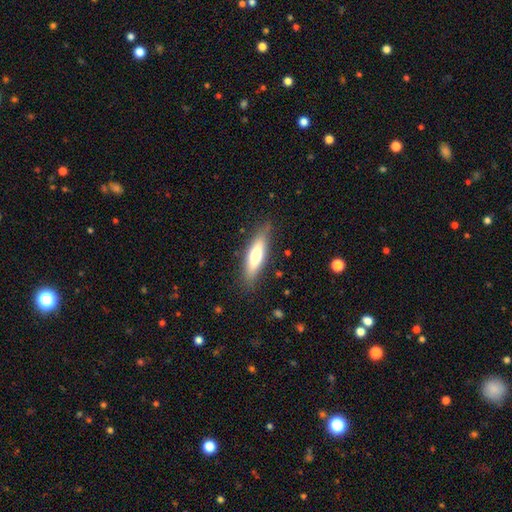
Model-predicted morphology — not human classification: Q: Smooth or featured?
A: smooth (63%); runner-up: featured or disk (31%)
Q: How rounded?
A: cigar-shaped (63%); runner-up: in between (35%)
Q: Merging?
A: none (83%); runner-up: minor disturbance (12%)